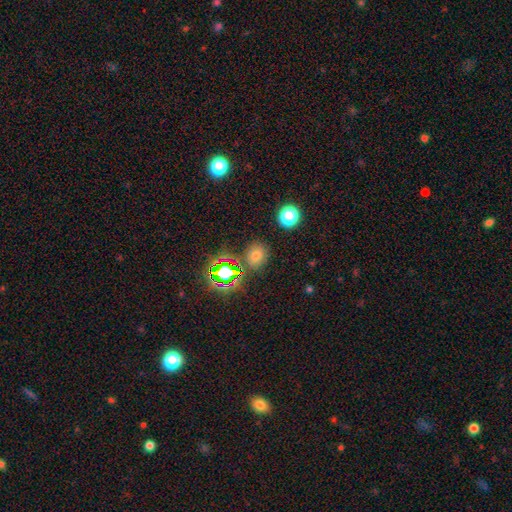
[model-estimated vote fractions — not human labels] Morphology: type=smooth (64%); roundness=round (55%); merging=none (81%).